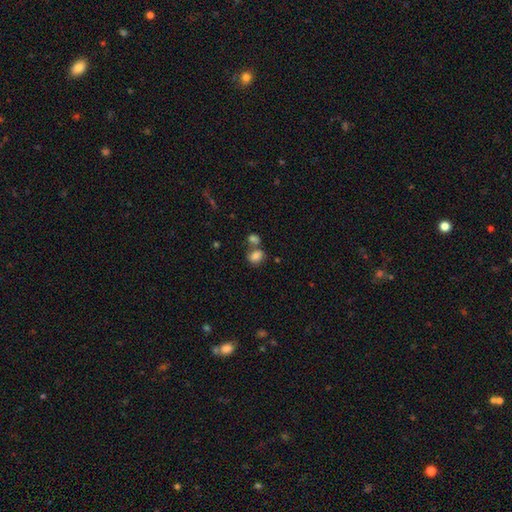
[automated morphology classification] Smooth or featured: smooth — 82% (star or artifact — 10%)
How rounded: in between — 60% (round — 39%)
Merging: none — 46% (merger — 38%)